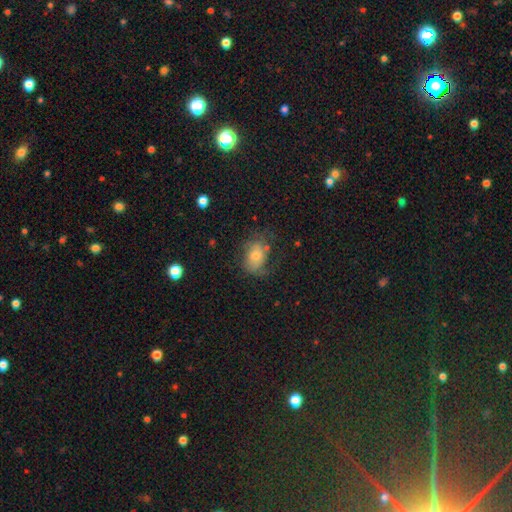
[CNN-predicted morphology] smooth_or_featured: smooth (p=0.56) [alt: featured or disk p=0.32]
how_rounded: in between (p=0.74) [alt: round p=0.25]
merging: none (p=0.54) [alt: minor disturbance p=0.25]